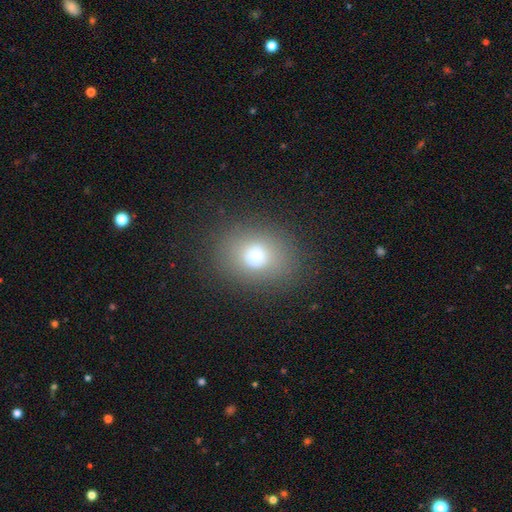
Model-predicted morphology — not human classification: Overall: smooth (76%). How rounded: in between (52%; round 47%). Merging: none (82%).